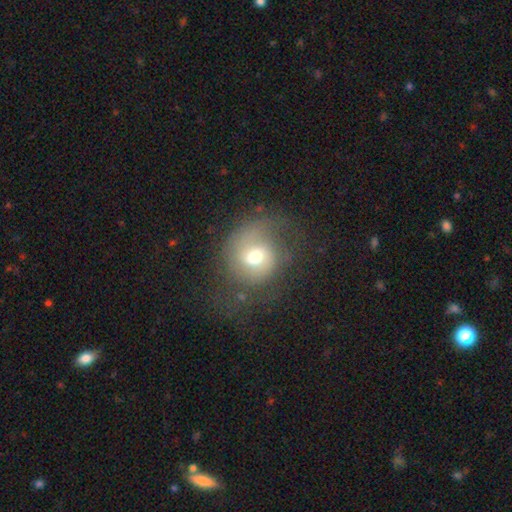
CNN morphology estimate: A featured or disk galaxy (48%).

Vote fractions:
- Smooth or featured? featured or disk: 48% / smooth: 42% / star or artifact: 10%
- Merging? none: 49% / major disturbance: 25% / minor disturbance: 24% / merger: 3%